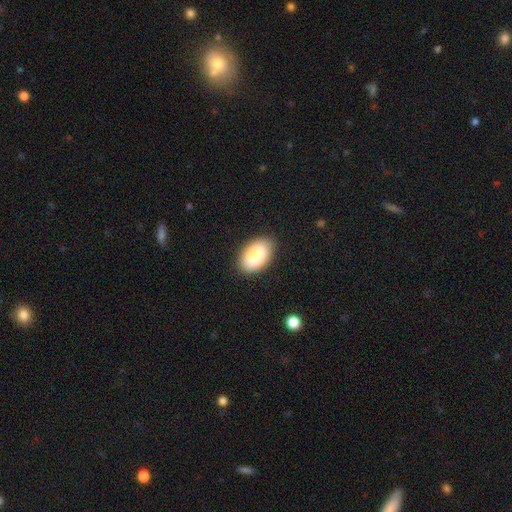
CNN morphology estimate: smooth_or_featured: smooth (p=0.90) [alt: star or artifact p=0.06]
how_rounded: in between (p=0.94) [alt: round p=0.04]
merging: none (p=0.87) [alt: minor disturbance p=0.10]